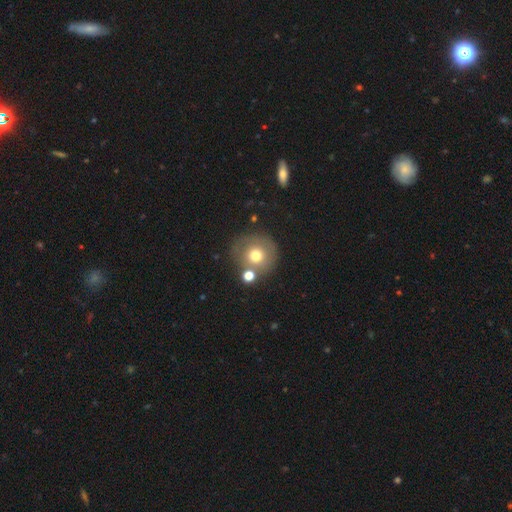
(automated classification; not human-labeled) Morphology: type=smooth (68%); roundness=round (92%); merging=none (69%).